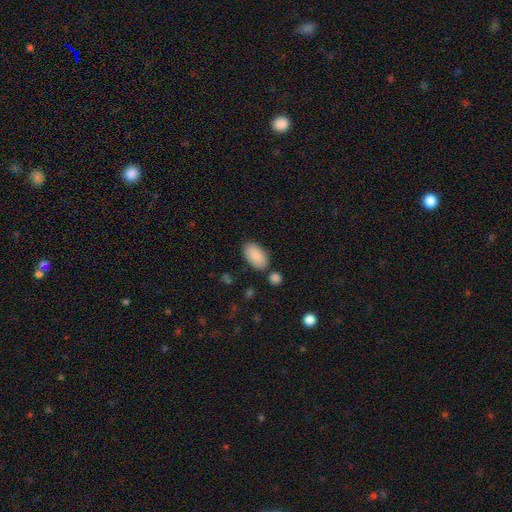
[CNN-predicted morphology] smooth-or-featured: smooth: 88% | star or artifact: 6% | featured or disk: 6%
  how-rounded: in between: 95% | round: 4% | cigar-shaped: 2%
  merging: none: 78% | minor disturbance: 12% | merger: 6% | major disturbance: 3%